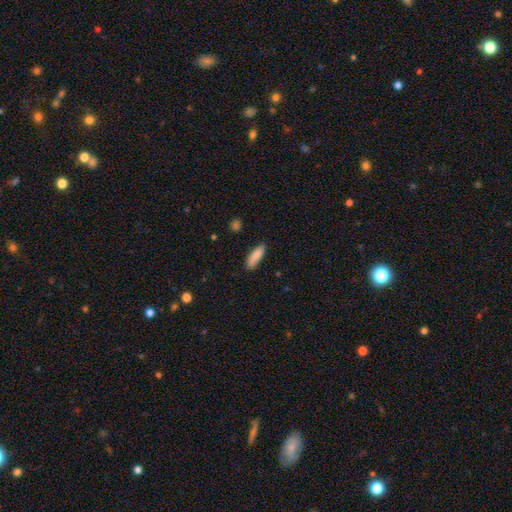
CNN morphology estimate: A smooth galaxy with no disk features (86%) that is in between round and cigar-shaped (58%). Merging: none (80%).